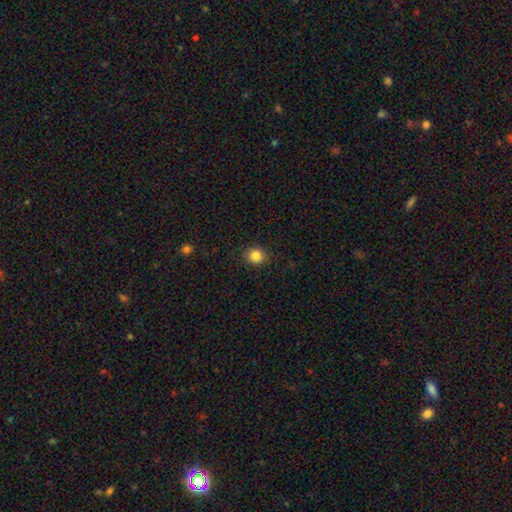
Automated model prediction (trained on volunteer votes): A smooth galaxy with no disk features (85%) that is round (87%).

Vote fractions:
- Smooth or featured? smooth: 85% / star or artifact: 11% / featured or disk: 4%
- How rounded? round: 87% / in between: 12% / cigar-shaped: 1%
- Merging? none: 89% / minor disturbance: 7% / major disturbance: 2% / merger: 1%